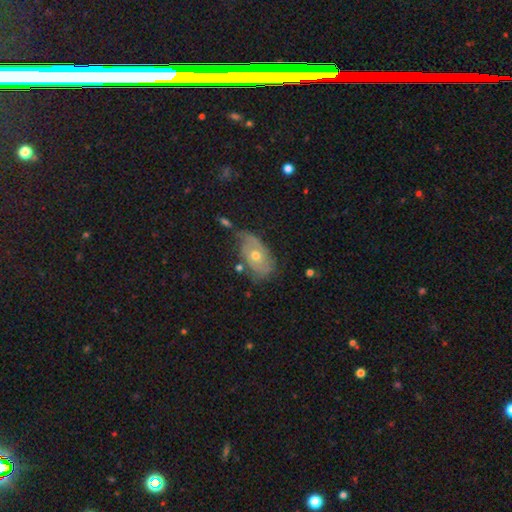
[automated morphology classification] Q: Smooth or featured?
A: featured or disk (57%); runner-up: smooth (35%)
Q: Edge-on disk?
A: no (92%); runner-up: yes (8%)
Q: Bar?
A: no (84%); runner-up: weak (13%)
Q: Spiral arms?
A: yes (61%); runner-up: no (39%)
Q: Bulge size?
A: moderate (68%); runner-up: small (27%)
Q: Merging?
A: none (48%); runner-up: minor disturbance (32%)